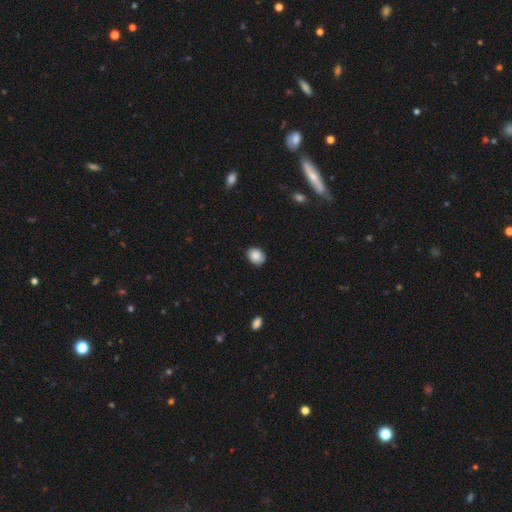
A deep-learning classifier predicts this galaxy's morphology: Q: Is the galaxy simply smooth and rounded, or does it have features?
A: smooth — 87%.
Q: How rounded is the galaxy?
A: in between — 61%.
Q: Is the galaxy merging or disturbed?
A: none — 85%.